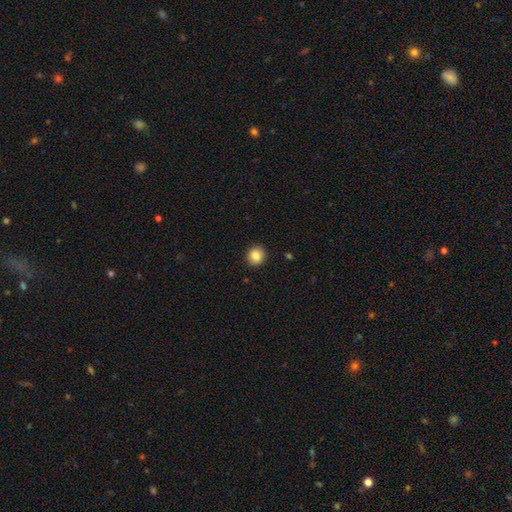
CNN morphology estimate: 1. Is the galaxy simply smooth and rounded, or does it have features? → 85% smooth, 9% star or artifact, 6% featured or disk.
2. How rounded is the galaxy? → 89% round, 10% in between, 1% cigar-shaped.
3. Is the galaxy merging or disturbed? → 92% none, 5% minor disturbance, 2% major disturbance, 1% merger.